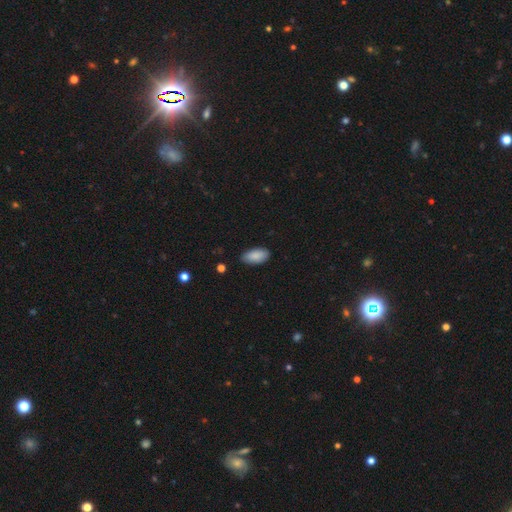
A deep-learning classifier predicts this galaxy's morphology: Q: Smooth or featured?
A: smooth (88%); runner-up: star or artifact (6%)
Q: How rounded?
A: in between (93%); runner-up: cigar-shaped (5%)
Q: Merging?
A: none (84%); runner-up: minor disturbance (13%)